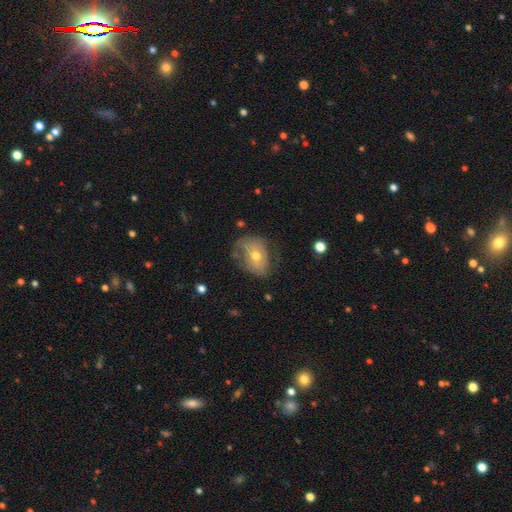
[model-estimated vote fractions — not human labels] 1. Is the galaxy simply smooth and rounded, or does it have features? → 47% smooth, 45% featured or disk, 9% star or artifact.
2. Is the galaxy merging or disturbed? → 49% none, 30% minor disturbance, 19% major disturbance, 2% merger.